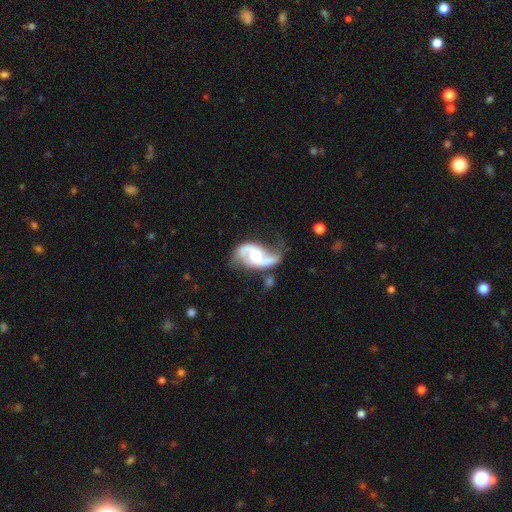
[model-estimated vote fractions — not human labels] Q: Smooth or featured?
A: featured or disk (87%); runner-up: smooth (8%)
Q: Edge-on disk?
A: no (97%); runner-up: yes (3%)
Q: Bar?
A: no (48%); runner-up: weak (38%)
Q: Spiral arms?
A: yes (95%); runner-up: no (5%)
Q: Spiral winding?
A: loose (51%); runner-up: medium (38%)
Q: Spiral arm count?
A: 2 (91%); runner-up: can't tell (3%)
Q: Bulge size?
A: moderate (57%); runner-up: small (21%)
Q: Merging?
A: none (49%); runner-up: minor disturbance (25%)